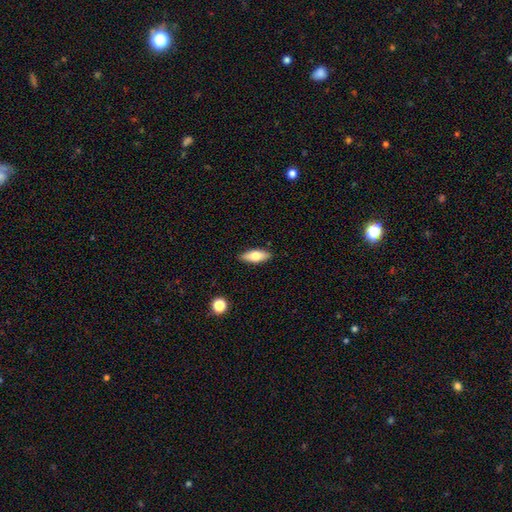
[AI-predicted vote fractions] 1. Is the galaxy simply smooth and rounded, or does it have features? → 69% smooth, 25% featured or disk, 7% star or artifact.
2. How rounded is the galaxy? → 70% in between, 27% cigar-shaped, 3% round.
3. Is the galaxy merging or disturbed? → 88% none, 9% minor disturbance, 2% major disturbance, 1% merger.